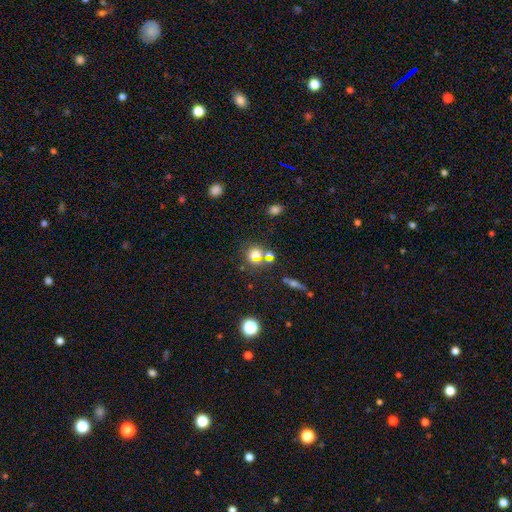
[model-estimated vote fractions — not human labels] Smooth or featured? smooth (55%)
How rounded? round (78%)
Merging? none (53%)